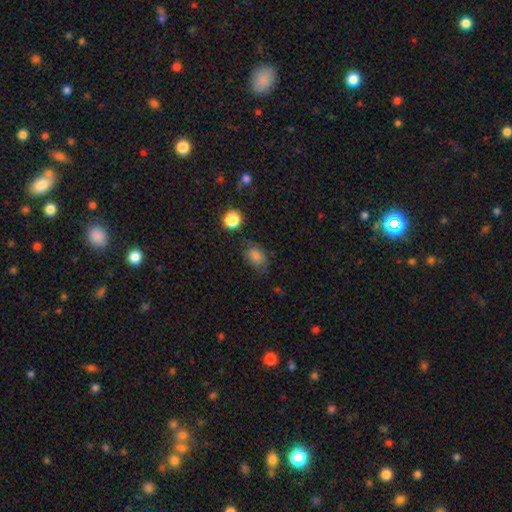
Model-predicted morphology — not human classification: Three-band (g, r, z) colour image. It shows a smooth galaxy with no disk features (78%) that is in between round and cigar-shaped (79%). Merging: none (65%).